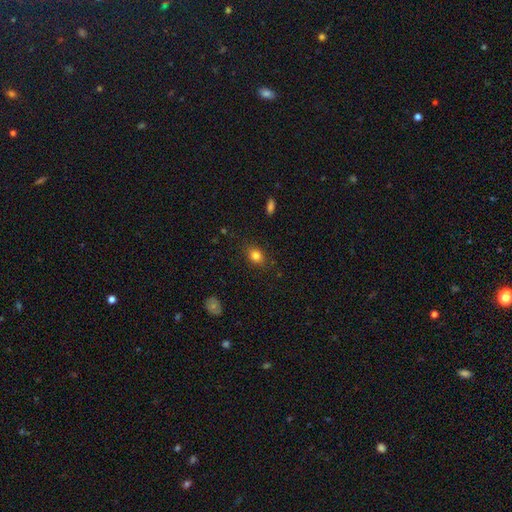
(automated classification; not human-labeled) Q: Smooth or featured?
A: smooth (82%); runner-up: star or artifact (11%)
Q: How rounded?
A: in between (62%); runner-up: round (37%)
Q: Merging?
A: none (84%); runner-up: minor disturbance (12%)